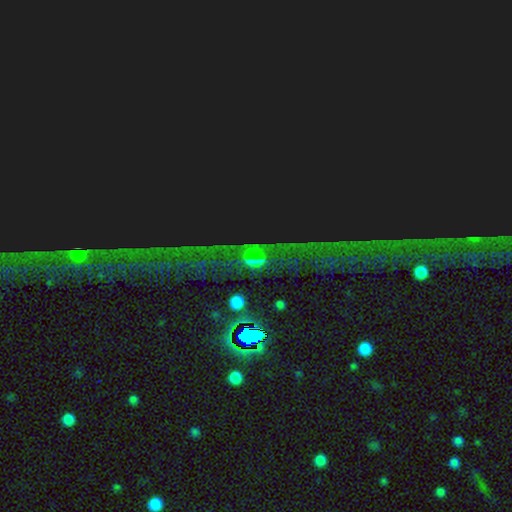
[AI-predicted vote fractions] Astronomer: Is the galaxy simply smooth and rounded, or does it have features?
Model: star or artifact — 53%.